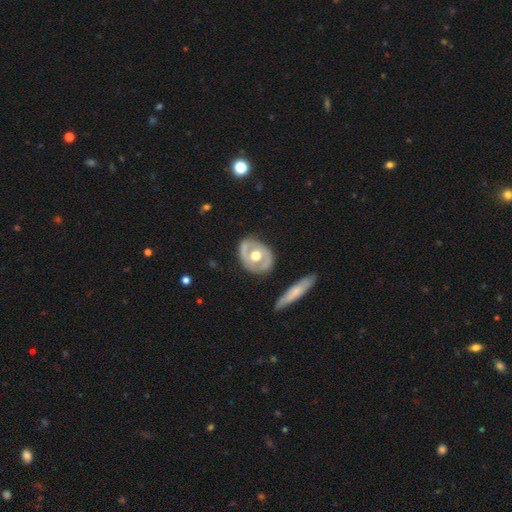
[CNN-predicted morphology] smooth_or_featured: featured or disk (p=0.65) [alt: smooth p=0.31]
disk_edge_on: no (p=0.90) [alt: yes p=0.10]
bar: no (p=0.82) [alt: weak p=0.13]
has_spiral_arms: no (p=0.73) [alt: yes p=0.27]
bulge_size: moderate (p=0.67) [alt: large p=0.27]
merging: none (p=0.79) [alt: minor disturbance p=0.14]